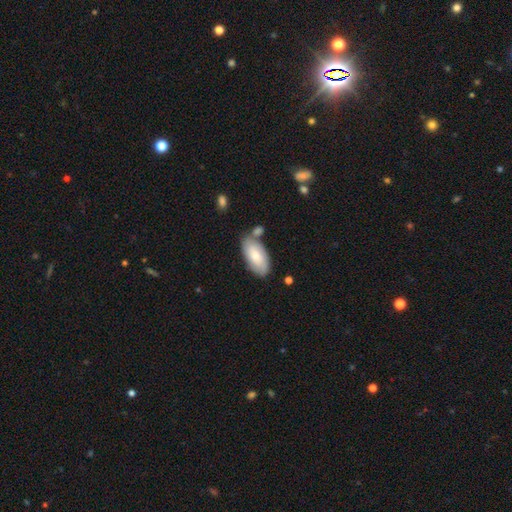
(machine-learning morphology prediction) A smooth galaxy with no disk features (74%) that is in between round and cigar-shaped (93%).

Vote fractions:
- Smooth or featured? smooth: 74% / featured or disk: 21% / star or artifact: 6%
- How rounded? in between: 93% / cigar-shaped: 4% / round: 2%
- Merging? none: 66% / minor disturbance: 16% / merger: 15% / major disturbance: 4%